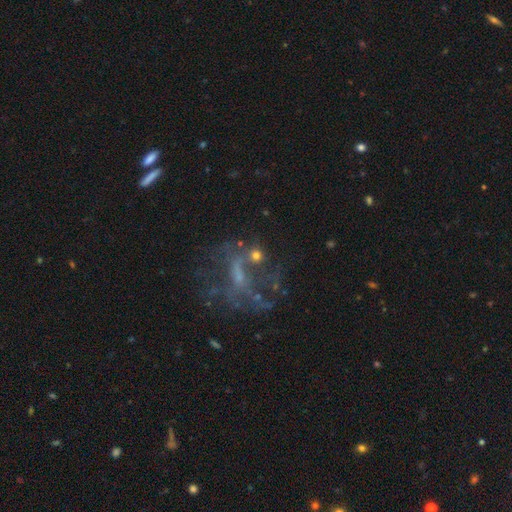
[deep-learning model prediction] Overall: featured or disk (52%; smooth 25%). Edge-on disk: no (96%). Bar: no (66%). Spiral arms: no (62%; yes 38%). Bulge size: small (39%; none 35%). Merging: none (39%; major disturbance 33%).